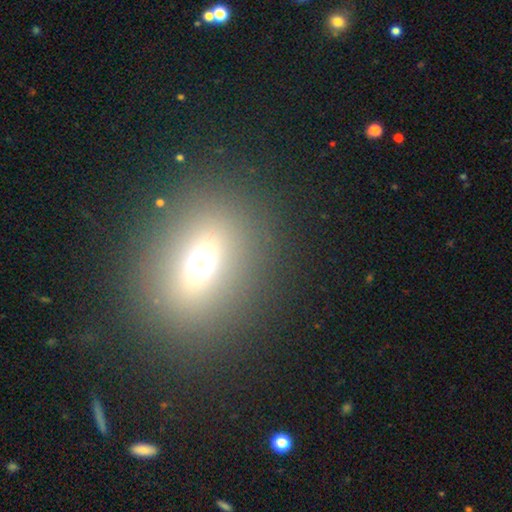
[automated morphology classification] smooth_or_featured: smooth (p=0.59) [alt: star or artifact p=0.22]
how_rounded: in between (p=0.61) [alt: round p=0.33]
merging: none (p=0.86) [alt: minor disturbance p=0.08]